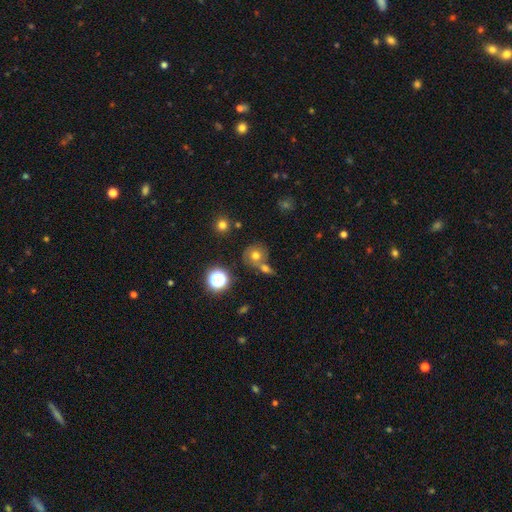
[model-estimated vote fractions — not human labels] Smooth or featured: smooth — 61% (featured or disk — 21%)
How rounded: round — 86% (in between — 13%)
Merging: none — 53% (merger — 31%)